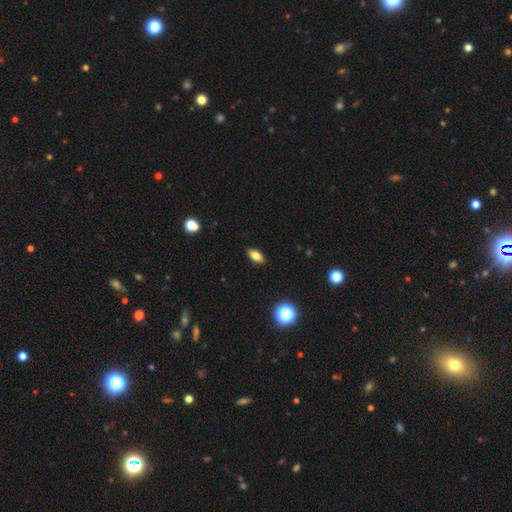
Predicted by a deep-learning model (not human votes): Morphology: type=smooth (78%); roundness=in between (84%); merging=none (89%).